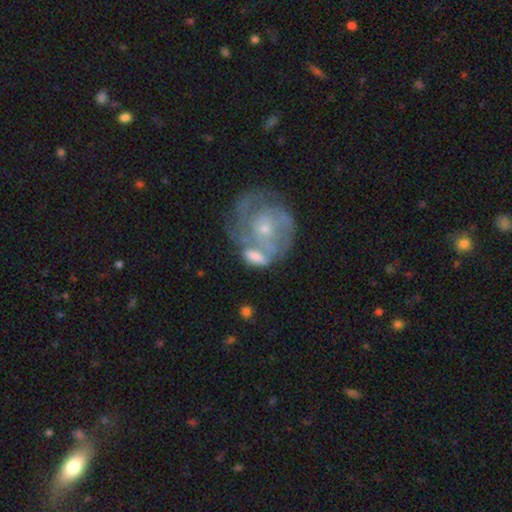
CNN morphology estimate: A featured or disk galaxy (61%) with no bar (74%), spiral arms (64%) and a small central bulge (65%). Merging: merger (43%).